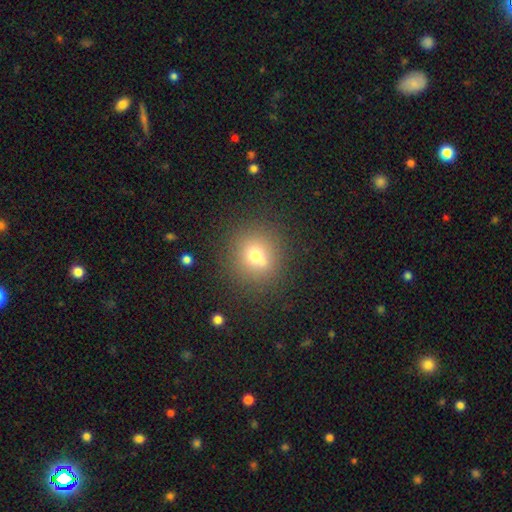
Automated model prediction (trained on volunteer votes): This appears to be a smooth galaxy with no disk features (67%) that is round (88%). Merging: none (66%).